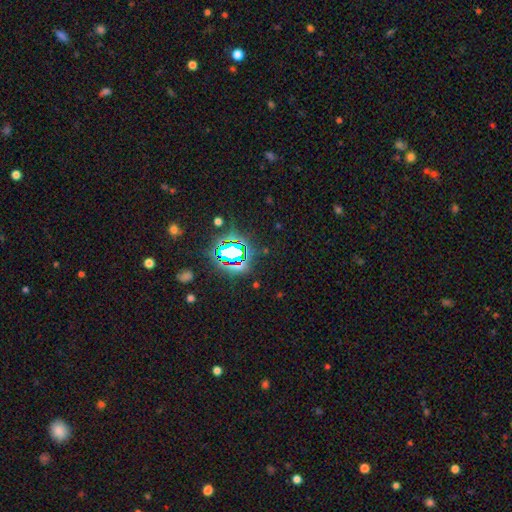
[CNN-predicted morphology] This is clearly a star or artifact rather than a galaxy (81%).